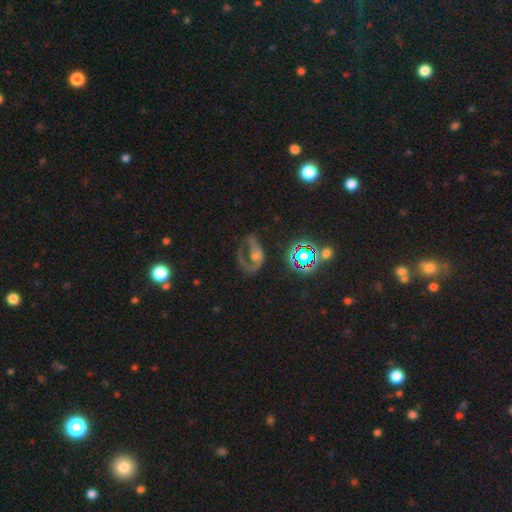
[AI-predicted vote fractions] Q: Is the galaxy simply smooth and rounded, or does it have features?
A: featured or disk — 61%.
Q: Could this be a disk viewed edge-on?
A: no — 95%.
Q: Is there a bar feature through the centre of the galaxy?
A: no — 58%.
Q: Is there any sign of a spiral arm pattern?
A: yes — 66%.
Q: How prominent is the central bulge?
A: small — 40%.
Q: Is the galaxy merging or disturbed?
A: major disturbance — 40%.